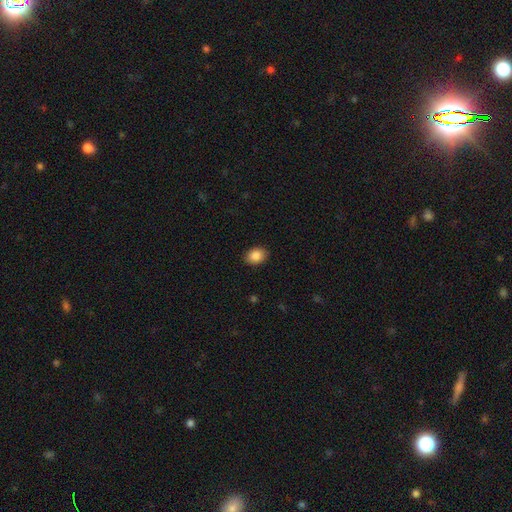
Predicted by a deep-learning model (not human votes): A smooth galaxy with no disk features (87%) that is in between round and cigar-shaped (67%). Merging: none (90%).